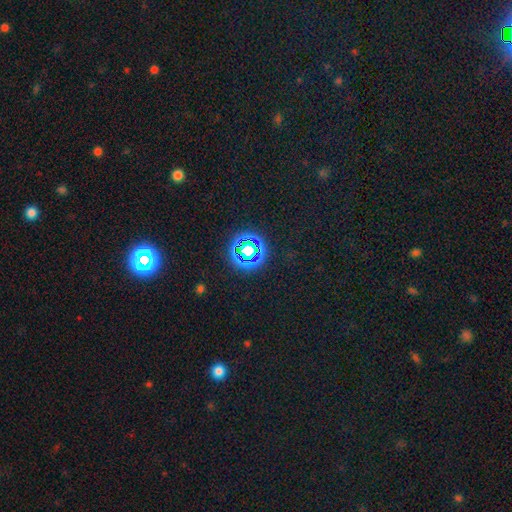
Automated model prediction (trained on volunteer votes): This appears to be a star or artifact, not a galaxy (66%).